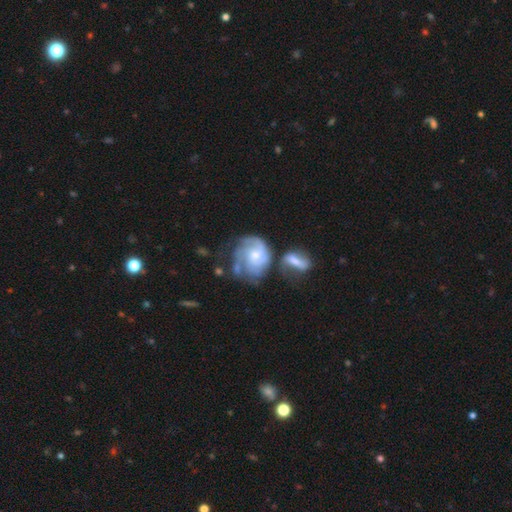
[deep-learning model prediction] Overall: featured or disk (76%). Edge-on disk: no (98%). Bar: no (70%). Spiral arms: yes (87%). Spiral arm count: can't tell (39%; 3 22%). Spiral winding: tight (54%; medium 33%). Bulge size: small (56%; moderate 37%). Merging: none (37%; merger 23%).